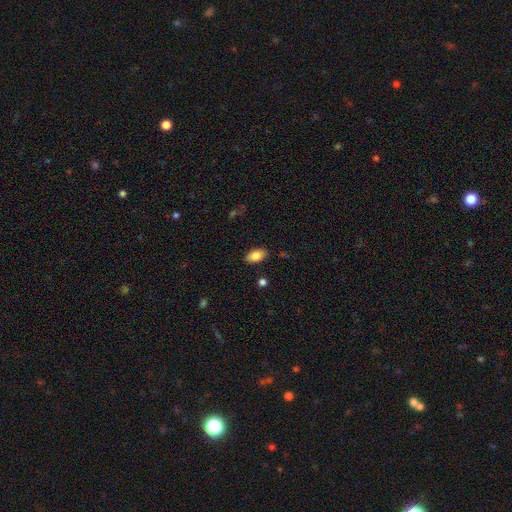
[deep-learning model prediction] smooth 86%, star or artifact 7%, featured or disk 7%. Down the decision tree: how rounded — in between (93%); merging — none (86%).